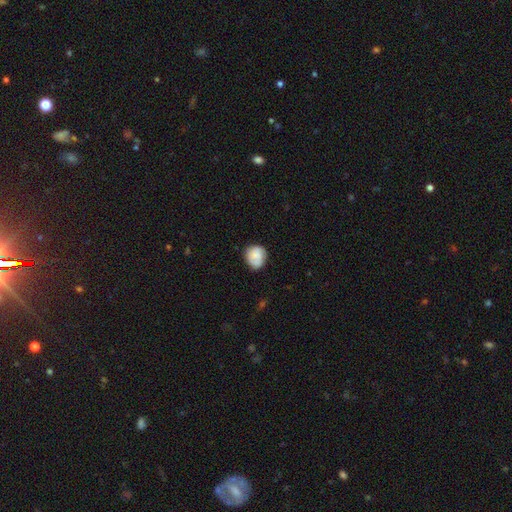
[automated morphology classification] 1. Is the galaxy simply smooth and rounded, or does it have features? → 75% smooth, 18% featured or disk, 7% star or artifact.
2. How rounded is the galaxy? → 76% round, 23% in between, 1% cigar-shaped.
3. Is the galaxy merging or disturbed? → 68% none, 24% minor disturbance, 5% major disturbance, 2% merger.